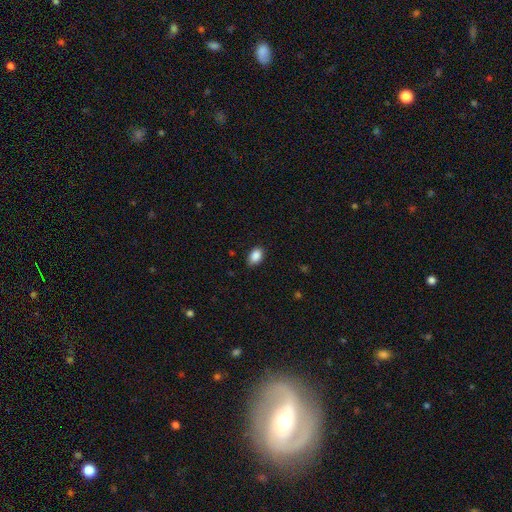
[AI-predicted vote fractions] smooth 89%, star or artifact 8%, featured or disk 3%. Down the decision tree: how rounded — in between (87%); merging — none (84%).